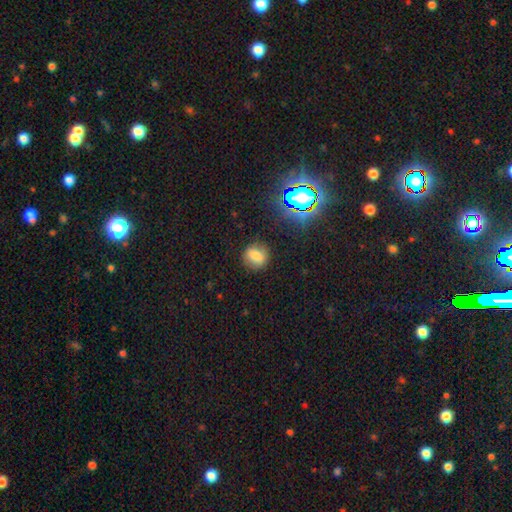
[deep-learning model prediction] Smooth or featured? Predicted: smooth (p=0.74). How rounded? Predicted: round (p=0.68). Merging? Predicted: none (p=0.84).